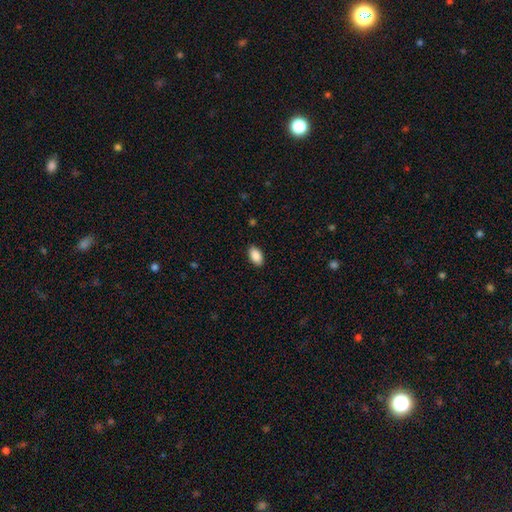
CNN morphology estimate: This is clearly a smooth galaxy (90%). How rounded: clearly in between (94%). Merging: clearly none (89%).